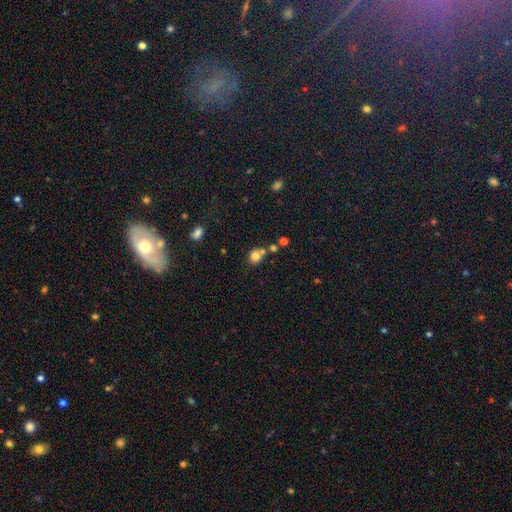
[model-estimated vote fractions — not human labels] smooth 78%, star or artifact 13%, featured or disk 9%. Down the decision tree: how rounded — round (77%); merging — none (54%).